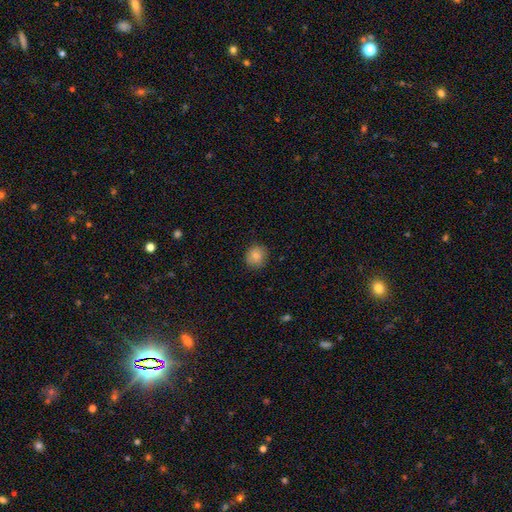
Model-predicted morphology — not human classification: A smooth galaxy with no disk features (84%) that is round (83%). Merging: none (84%).